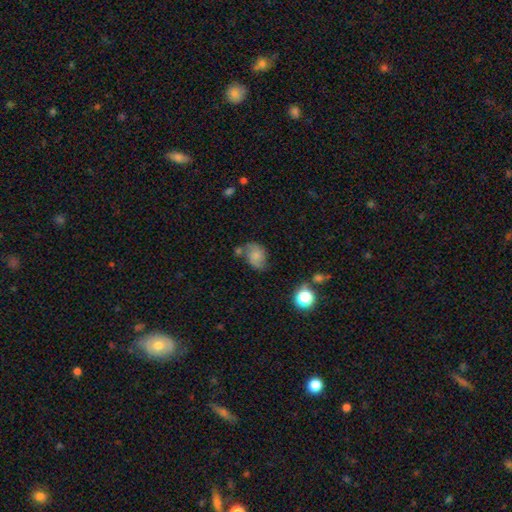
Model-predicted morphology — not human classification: smooth-or-featured: smooth: 60% | featured or disk: 28% | star or artifact: 11%
  how-rounded: in between: 73% | round: 26% | cigar-shaped: 1%
  merging: none: 50% | minor disturbance: 27% | merger: 14% | major disturbance: 10%